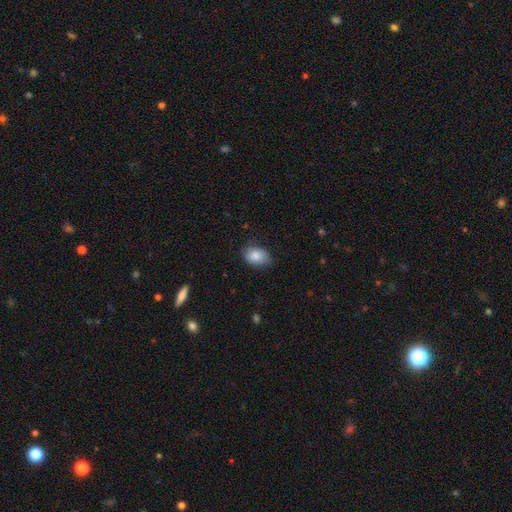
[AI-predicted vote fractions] smooth 84%, featured or disk 9%, star or artifact 7%. Down the decision tree: how rounded — in between (82%); merging — none (73%).